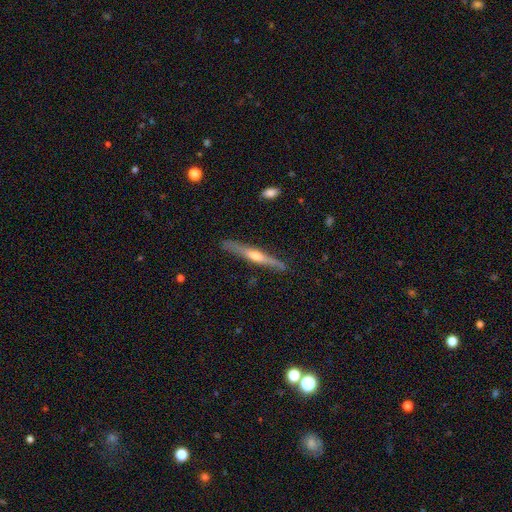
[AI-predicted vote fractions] featured or disk 68%, smooth 26%, star or artifact 6%. Down the decision tree: edge-on disk — yes (97%); edge-on bulge — rounded (83%); merging — none (85%).